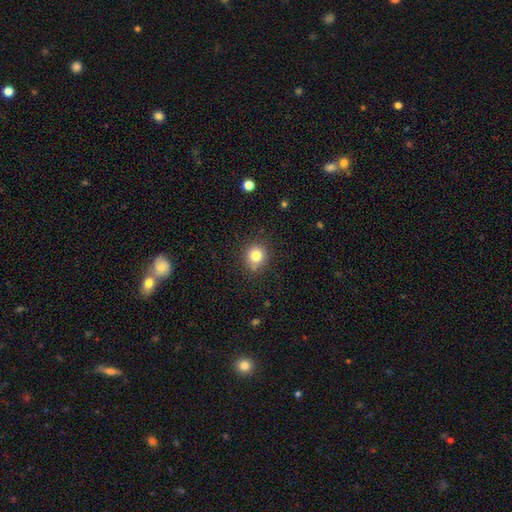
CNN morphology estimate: Smooth or featured?
  - smooth: 80% *
  - star or artifact: 12%
  - featured or disk: 8%
How rounded?
  - round: 82% *
  - in between: 17%
  - cigar-shaped: 1%
Merging?
  - none: 81% *
  - minor disturbance: 12%
  - merger: 3%
  - major disturbance: 3%